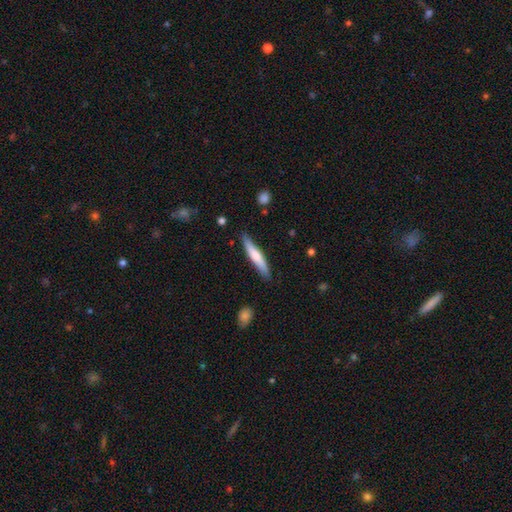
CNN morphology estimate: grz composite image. It shows a smooth galaxy with no disk features (58%) that is cigar-shaped (91%). Merging: none (85%).